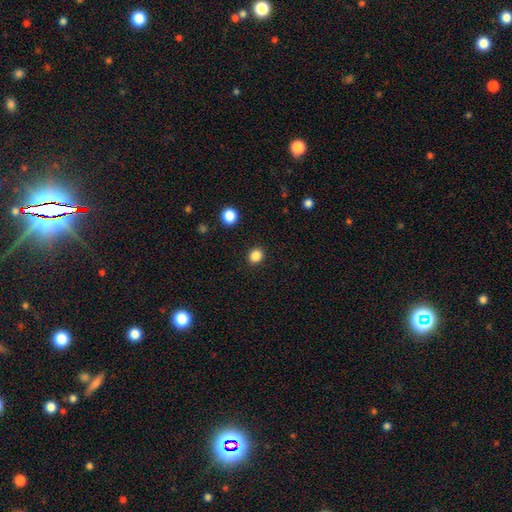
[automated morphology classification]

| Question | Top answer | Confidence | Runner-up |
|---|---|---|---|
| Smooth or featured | smooth | 85% | star or artifact (12%) |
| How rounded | round | 75% | in between (24%) |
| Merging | none | 91% | minor disturbance (6%) |